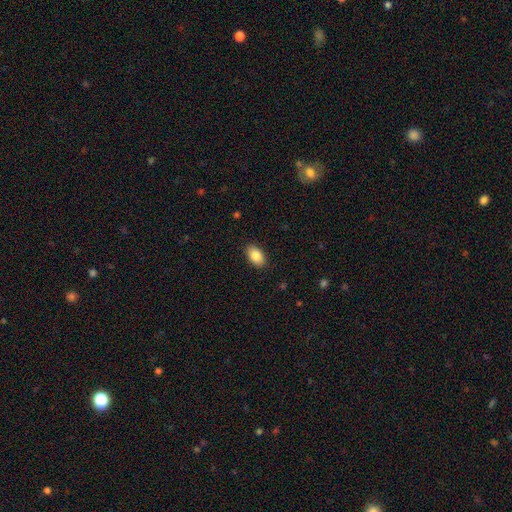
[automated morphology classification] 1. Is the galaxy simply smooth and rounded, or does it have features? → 87% smooth, 7% star or artifact, 6% featured or disk.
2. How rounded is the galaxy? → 92% in between, 6% round, 2% cigar-shaped.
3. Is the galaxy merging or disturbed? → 88% none, 9% minor disturbance, 2% major disturbance, 1% merger.